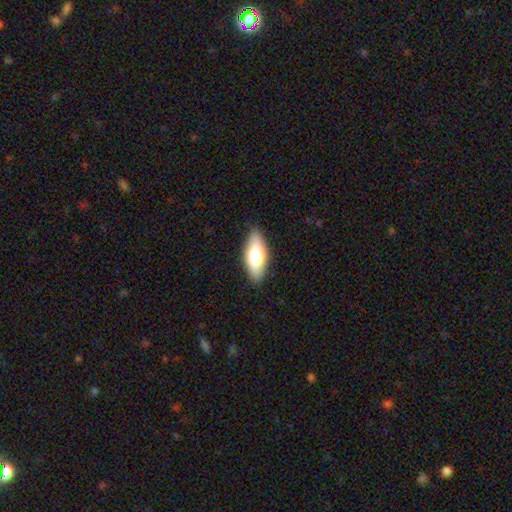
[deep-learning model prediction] smooth_or_featured: smooth (p=0.75) [alt: featured or disk p=0.20]
how_rounded: in between (p=0.77) [alt: cigar-shaped p=0.21]
merging: none (p=0.86) [alt: minor disturbance p=0.11]